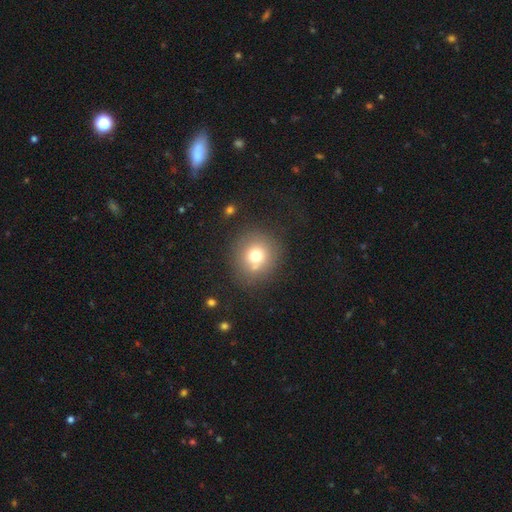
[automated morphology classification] Smooth or featured?
  - smooth: 72% *
  - featured or disk: 14%
  - star or artifact: 14%
How rounded?
  - round: 89% *
  - in between: 10%
  - cigar-shaped: 1%
Merging?
  - none: 74% *
  - minor disturbance: 12%
  - merger: 8%
  - major disturbance: 5%